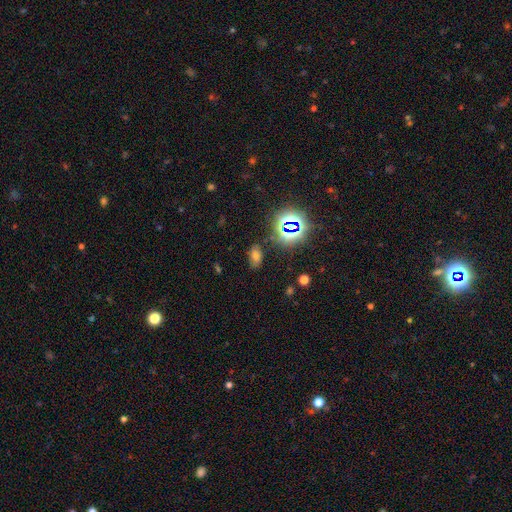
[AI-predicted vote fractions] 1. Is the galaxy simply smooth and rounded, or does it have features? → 52% smooth, 36% star or artifact, 12% featured or disk.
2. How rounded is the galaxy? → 85% in between, 12% round, 3% cigar-shaped.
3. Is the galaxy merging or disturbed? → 78% none, 14% minor disturbance, 5% major disturbance, 3% merger.